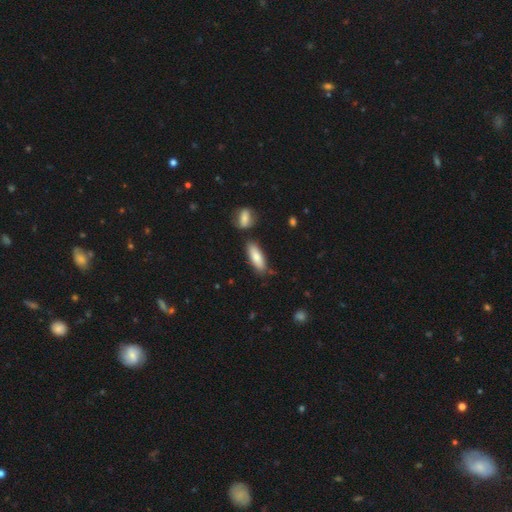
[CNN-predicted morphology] smooth 80%, featured or disk 14%, star or artifact 6%. Down the decision tree: how rounded — in between (59%); merging — none (76%).